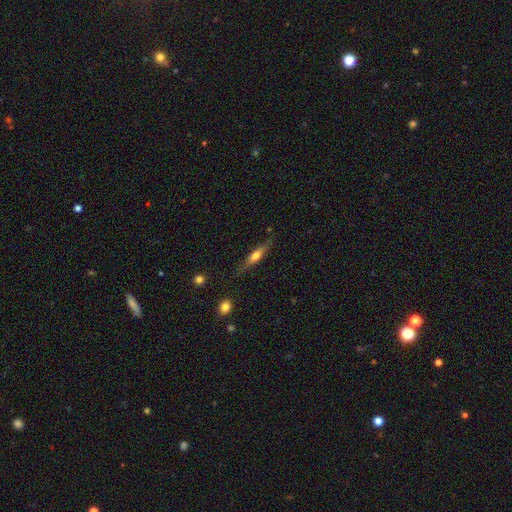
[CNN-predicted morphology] Smooth or featured? featured or disk (49%)
Merging? none (79%)